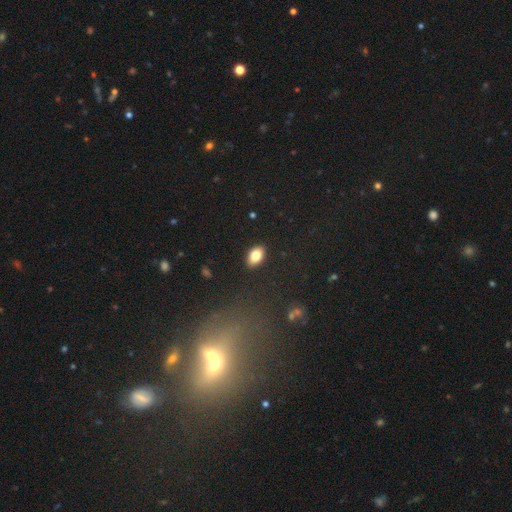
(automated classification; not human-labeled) smooth 82%, featured or disk 9%, star or artifact 8%. Down the decision tree: how rounded — in between (89%); merging — none (89%).